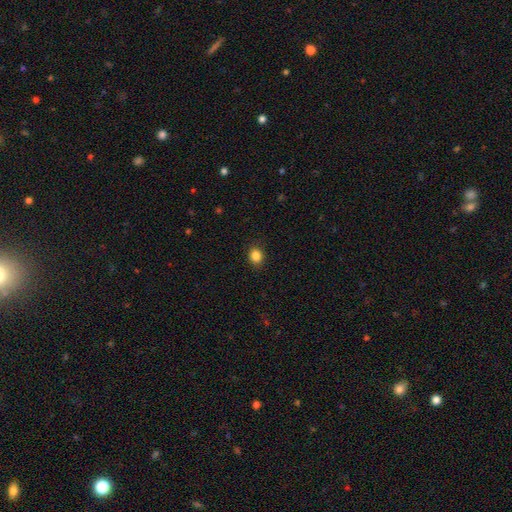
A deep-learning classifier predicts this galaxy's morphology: Smooth or featured: smooth — 85% (star or artifact — 11%)
How rounded: round — 65% (in between — 34%)
Merging: none — 90% (minor disturbance — 7%)